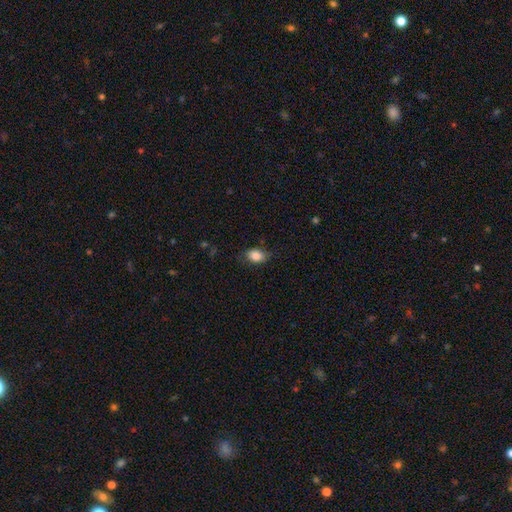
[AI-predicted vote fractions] Overall: smooth (86%). How rounded: in between (80%). Merging: none (76%).